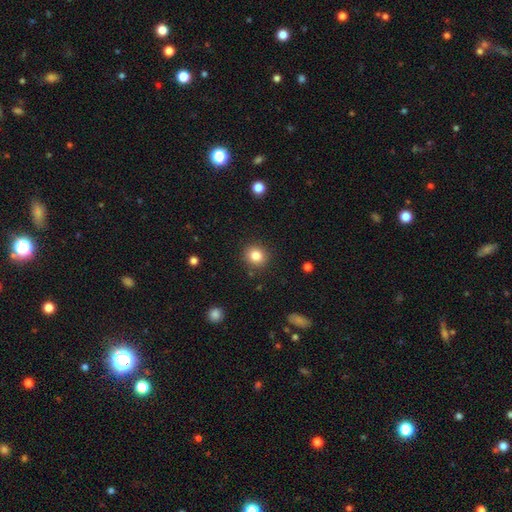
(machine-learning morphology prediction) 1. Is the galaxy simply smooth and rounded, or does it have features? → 84% smooth, 11% star or artifact, 6% featured or disk.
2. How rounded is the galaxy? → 84% round, 15% in between, 1% cigar-shaped.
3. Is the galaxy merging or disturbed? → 89% none, 7% minor disturbance, 2% major disturbance, 2% merger.